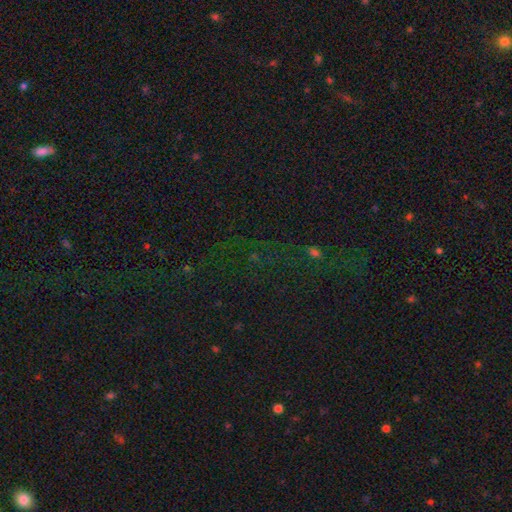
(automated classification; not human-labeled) Overall: star or artifact (75%).